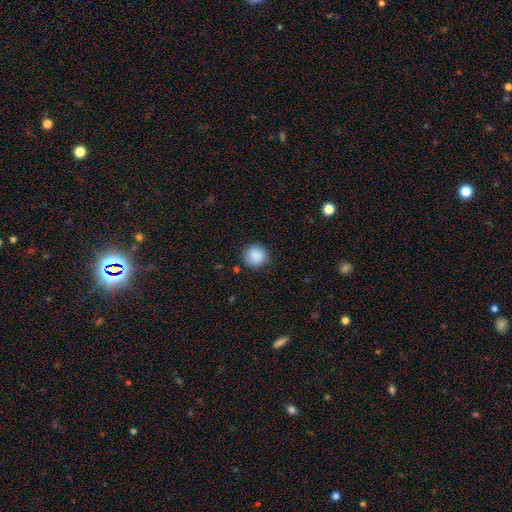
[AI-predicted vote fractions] The model was most divided on "merging": none: 86%, minor disturbance: 10%, major disturbance: 3%, merger: 1%. More confident: how rounded — round (90%); smooth or featured — smooth (89%).